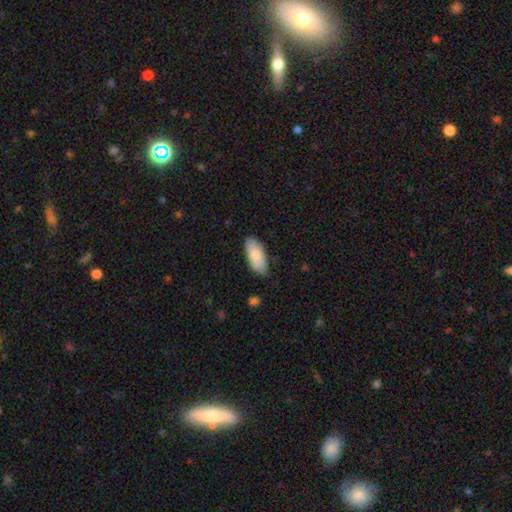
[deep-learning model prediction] smooth-or-featured: smooth: 82% | featured or disk: 12% | star or artifact: 6%
  how-rounded: in between: 88% | cigar-shaped: 10% | round: 2%
  merging: none: 80% | minor disturbance: 17% | major disturbance: 3% | merger: 1%